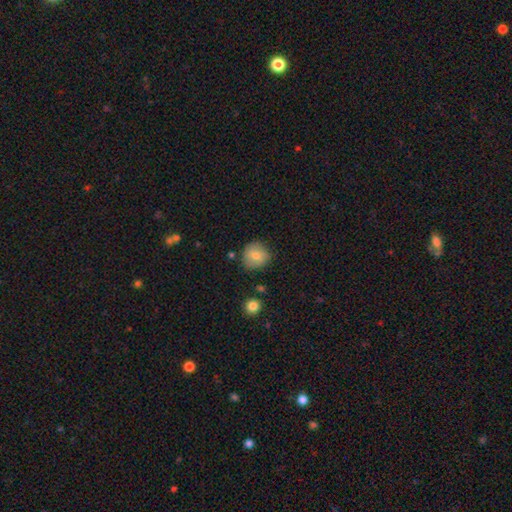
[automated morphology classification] Overall: smooth (79%). How rounded: round (90%). Merging: none (78%).